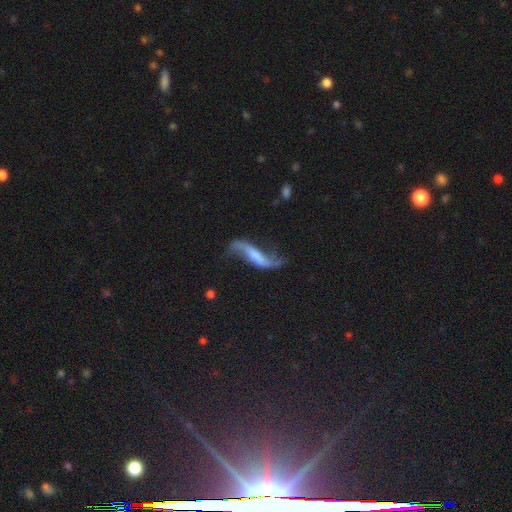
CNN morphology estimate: type=featured or disk (78%); edge-on=no (85%); bar=no (35%); spiral arms=yes (92%); winding=loose (93%); arm count=2 (92%); bulge=none (44%); merging=none (57%).